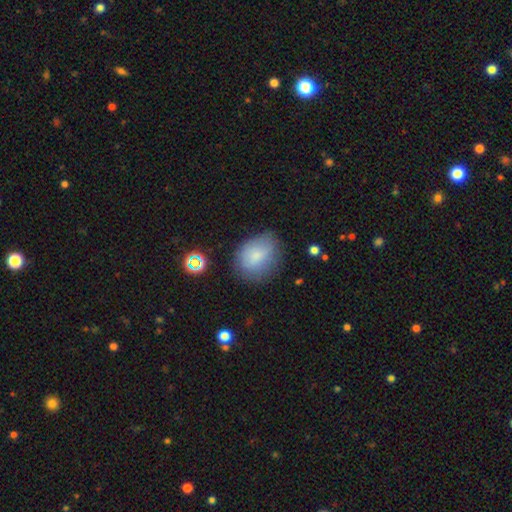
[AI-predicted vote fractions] The model was most divided on "how rounded": in between: 57%, round: 42%, cigar-shaped: 1%. More confident: smooth or featured — smooth (78%); merging — none (65%).